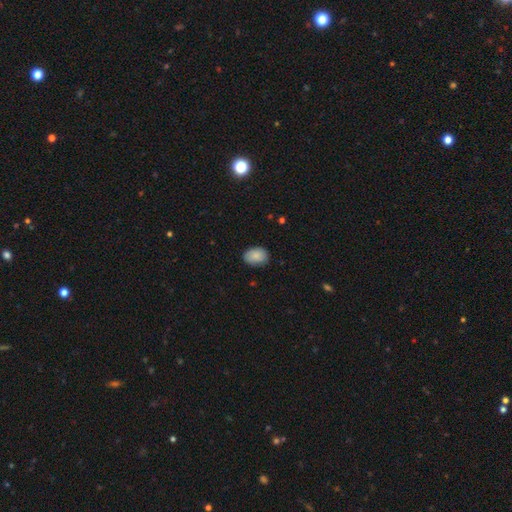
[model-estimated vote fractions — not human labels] Smooth or featured? smooth (87%)
How rounded? in between (77%)
Merging? none (83%)